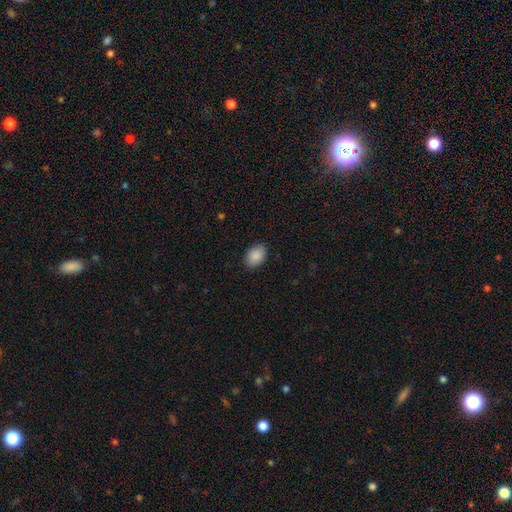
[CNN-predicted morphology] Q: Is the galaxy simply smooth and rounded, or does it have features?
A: smooth — 90%.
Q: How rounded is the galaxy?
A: in between — 83%.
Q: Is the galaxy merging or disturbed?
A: none — 88%.